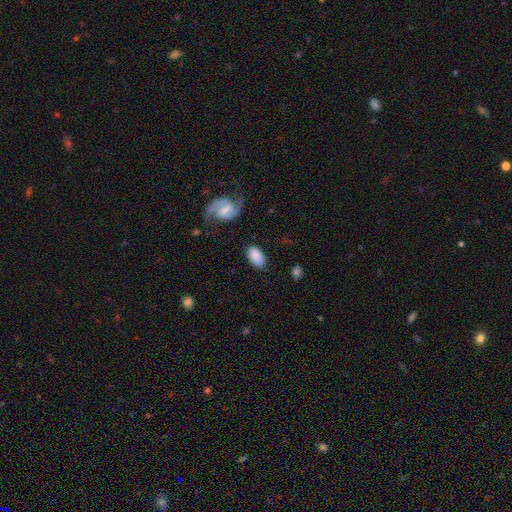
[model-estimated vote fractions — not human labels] smooth_or_featured: smooth (p=0.81) [alt: featured or disk p=0.12]
how_rounded: in between (p=0.94) [alt: round p=0.04]
merging: none (p=0.78) [alt: minor disturbance p=0.14]